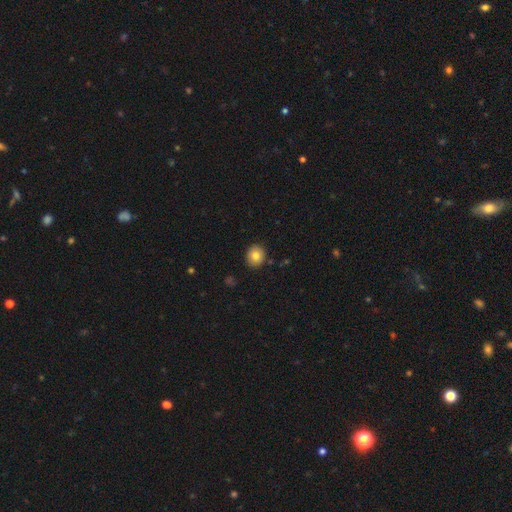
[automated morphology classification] Smooth or featured? Predicted: smooth (p=0.82). How rounded? Predicted: round (p=0.77). Merging? Predicted: none (p=0.89).